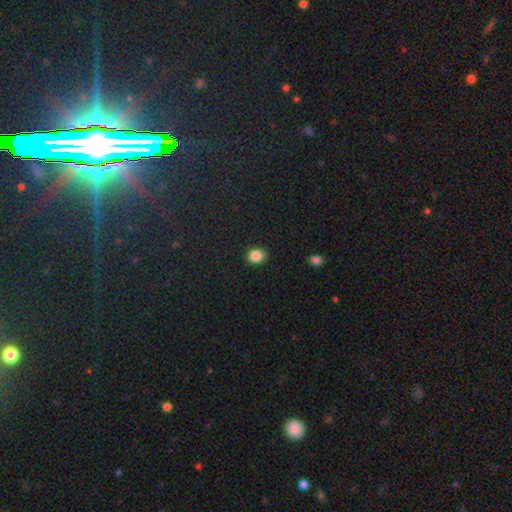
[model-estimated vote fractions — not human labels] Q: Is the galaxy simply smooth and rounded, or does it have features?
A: smooth — 86%.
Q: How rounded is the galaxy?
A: round — 74%.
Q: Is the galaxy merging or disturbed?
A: none — 89%.